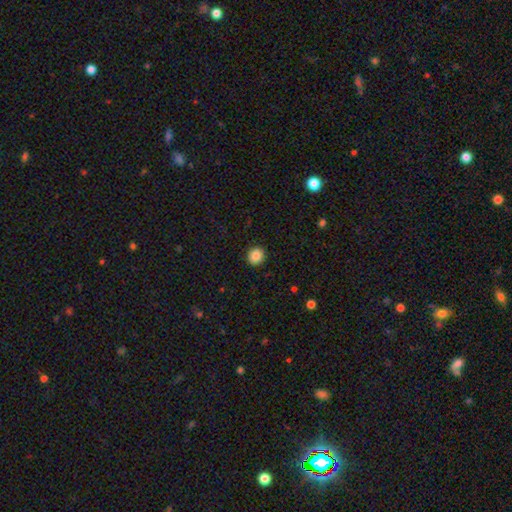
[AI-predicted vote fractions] Smooth or featured? Predicted: smooth (p=0.87). How rounded? Predicted: round (p=0.84). Merging? Predicted: none (p=0.92).